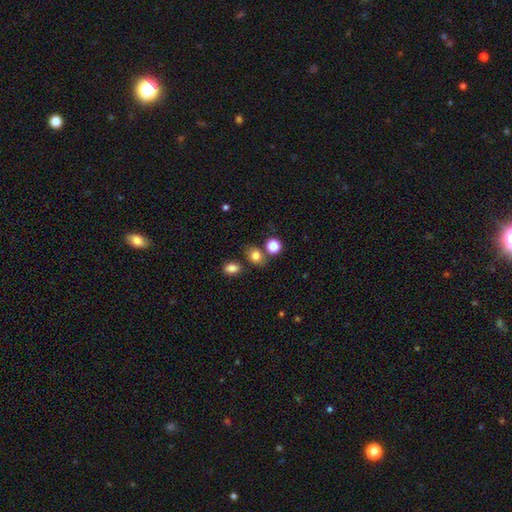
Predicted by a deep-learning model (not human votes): A smooth galaxy with no disk features (80%) that is round (55%).

Vote fractions:
- Smooth or featured? smooth: 80% / star or artifact: 13% / featured or disk: 7%
- How rounded? round: 55% / in between: 44% / cigar-shaped: 1%
- Merging? none: 70% / merger: 14% / minor disturbance: 12% / major disturbance: 4%